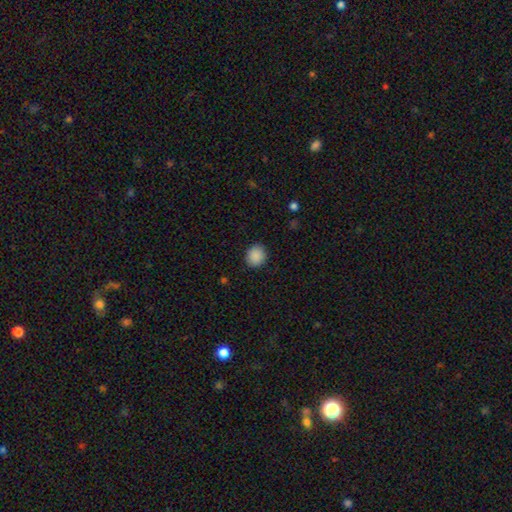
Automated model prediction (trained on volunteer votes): Overall: smooth (89%). How rounded: round (76%). Merging: none (90%).